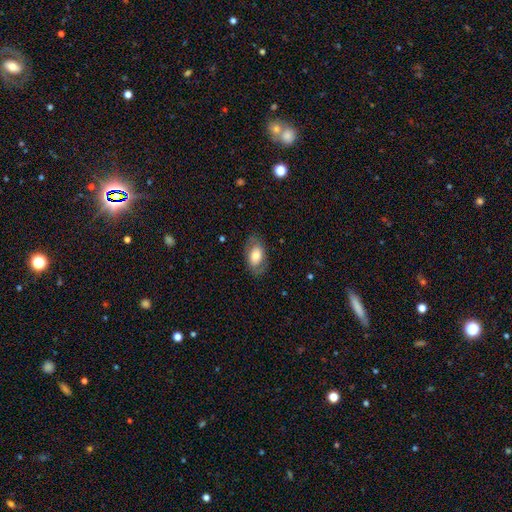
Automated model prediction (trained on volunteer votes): Smooth or featured: smooth — 61% (featured or disk — 32%)
How rounded: in between — 90% (round — 8%)
Merging: none — 77% (minor disturbance — 15%)